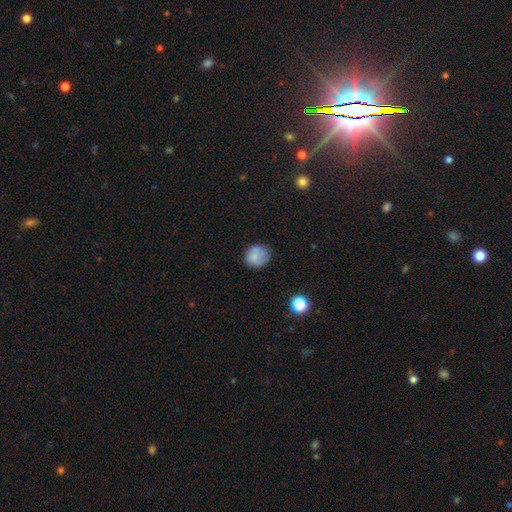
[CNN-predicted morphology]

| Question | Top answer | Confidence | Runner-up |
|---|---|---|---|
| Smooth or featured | smooth | 78% | featured or disk (12%) |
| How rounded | round | 80% | in between (19%) |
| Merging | none | 76% | minor disturbance (18%) |